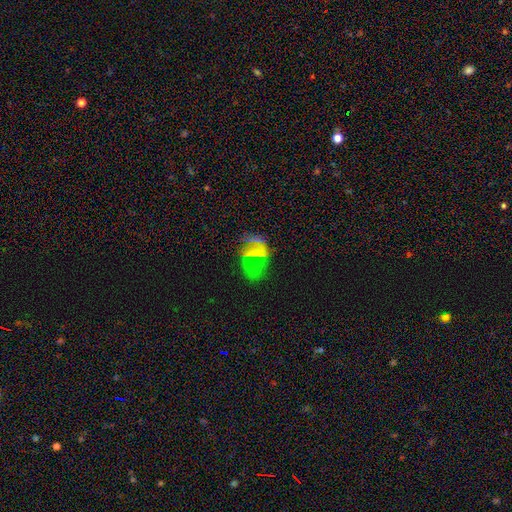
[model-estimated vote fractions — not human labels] smooth-or-featured: featured or disk: 59% | smooth: 23% | star or artifact: 18%
  disk-edge-on: no: 97% | yes: 3%
    bar: weak: 43% | strong: 31% | no: 27%
    has-spiral-arms: yes: 68% | no: 32%
    bulge-size: none: 42% | small: 33% | moderate: 19% | large: 4% | dominant: 2%
  merging: none: 52% | major disturbance: 22% | minor disturbance: 21% | merger: 5%